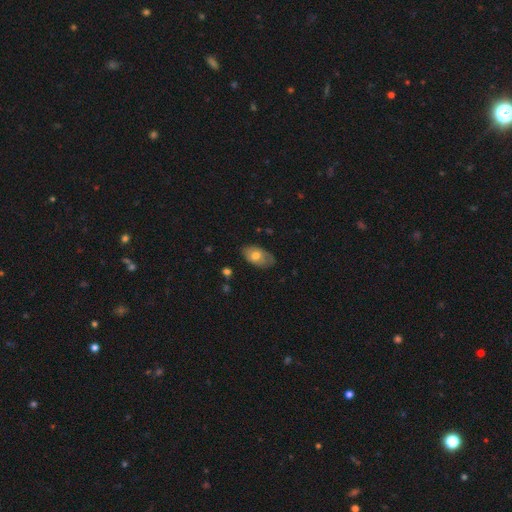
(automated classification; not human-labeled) smooth-or-featured: smooth: 62% | featured or disk: 31% | star or artifact: 7%
  how-rounded: in between: 91% | round: 7% | cigar-shaped: 2%
  merging: none: 68% | minor disturbance: 25% | major disturbance: 5% | merger: 1%